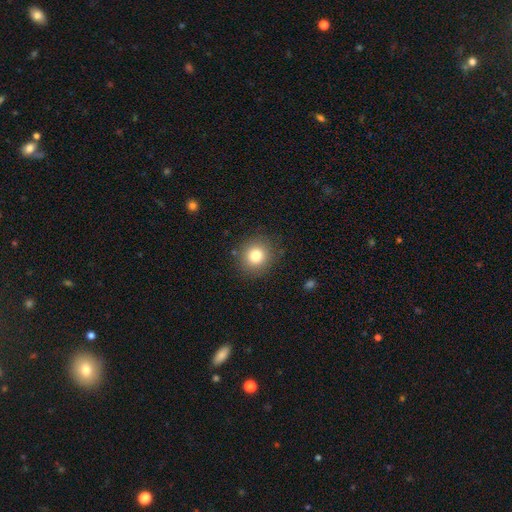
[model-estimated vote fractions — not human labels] A smooth galaxy with no disk features (80%) that is round (87%).

Vote fractions:
- Smooth or featured? smooth: 80% / star or artifact: 12% / featured or disk: 8%
- How rounded? round: 87% / in between: 12% / cigar-shaped: 1%
- Merging? none: 87% / minor disturbance: 8% / major disturbance: 3% / merger: 1%